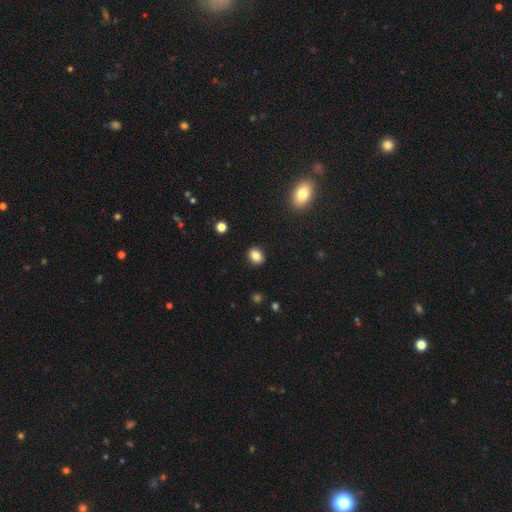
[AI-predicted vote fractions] Morphology: type=smooth (84%); roundness=in between (54%); merging=none (89%).